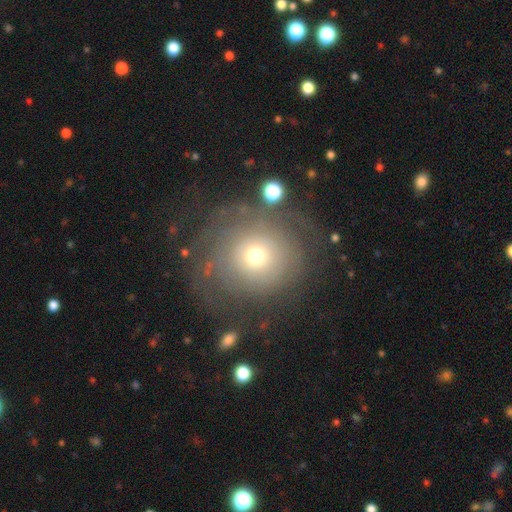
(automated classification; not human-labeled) featured or disk 51%, smooth 38%, star or artifact 12%. Down the decision tree: edge-on disk — no (97%); merging — none (65%).